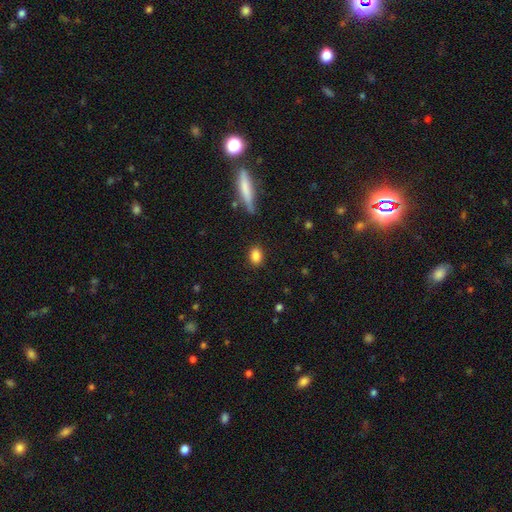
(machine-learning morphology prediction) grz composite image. It shows a smooth galaxy with no disk features (86%) that is in between round and cigar-shaped (64%). Merging: none (87%).